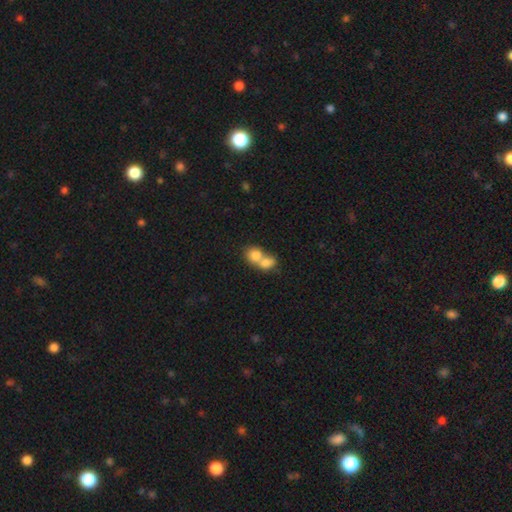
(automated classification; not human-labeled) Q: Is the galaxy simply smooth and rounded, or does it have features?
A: smooth — 79%.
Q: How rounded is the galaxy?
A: round — 52%.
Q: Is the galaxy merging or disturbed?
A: merger — 75%.